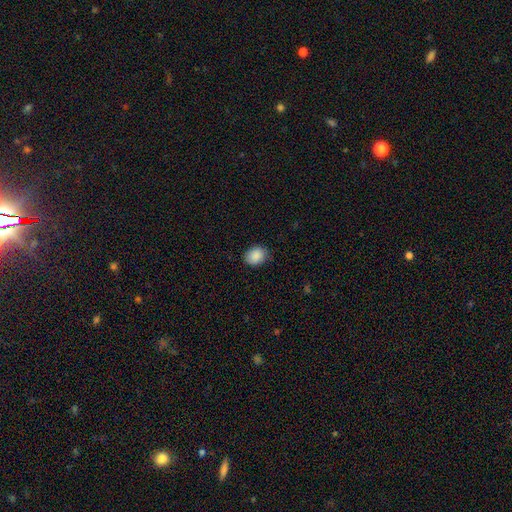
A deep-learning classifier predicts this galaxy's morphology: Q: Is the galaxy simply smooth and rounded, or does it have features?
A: smooth — 89%.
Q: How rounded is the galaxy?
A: in between — 55%.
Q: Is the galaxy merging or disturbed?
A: none — 81%.